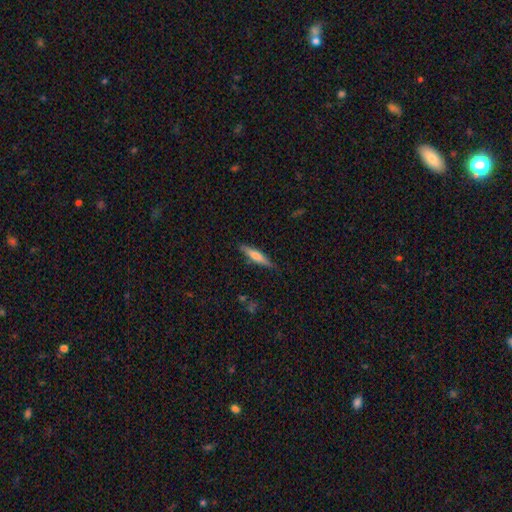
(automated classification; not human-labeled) Overall: smooth (58%; featured or disk 36%). How rounded: cigar-shaped (84%). Merging: none (84%).